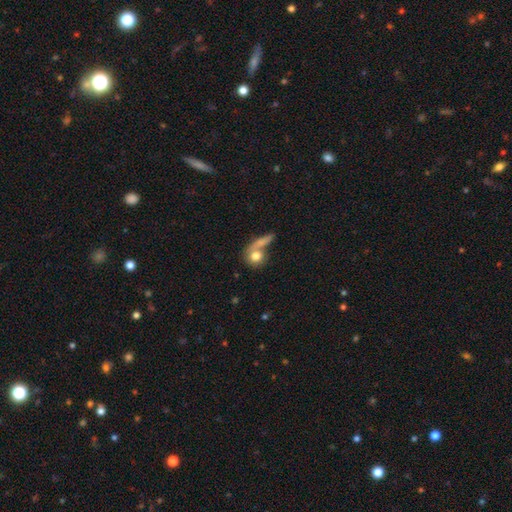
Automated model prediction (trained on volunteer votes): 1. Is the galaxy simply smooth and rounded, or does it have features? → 74% smooth, 18% featured or disk, 8% star or artifact.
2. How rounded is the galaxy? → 75% round, 19% in between, 5% cigar-shaped.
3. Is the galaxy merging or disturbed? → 41% none, 39% merger, 11% minor disturbance, 10% major disturbance.